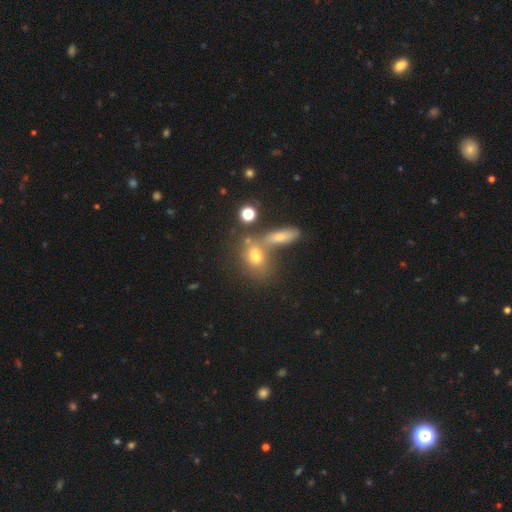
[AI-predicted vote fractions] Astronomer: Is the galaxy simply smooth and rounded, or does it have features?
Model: smooth — 66%.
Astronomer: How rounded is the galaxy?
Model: in between — 60%.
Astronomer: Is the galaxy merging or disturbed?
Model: none — 42% (runner-up: merger, 41%).